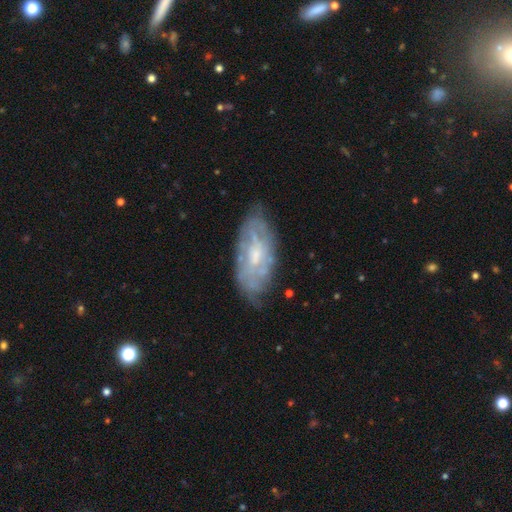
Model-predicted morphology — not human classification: Q: Smooth or featured?
A: featured or disk (64%); runner-up: smooth (29%)
Q: Edge-on disk?
A: no (89%); runner-up: yes (11%)
Q: Bar?
A: no (68%); runner-up: weak (28%)
Q: Spiral arms?
A: yes (60%); runner-up: no (40%)
Q: Bulge size?
A: small (45%); runner-up: moderate (42%)
Q: Merging?
A: none (67%); runner-up: minor disturbance (23%)